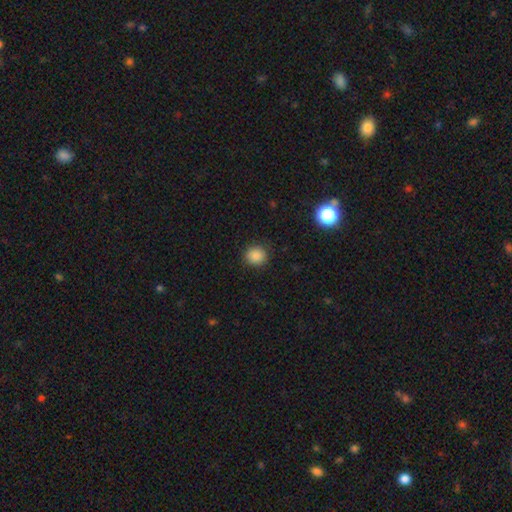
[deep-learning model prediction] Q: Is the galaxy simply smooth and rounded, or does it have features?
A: smooth — 86%.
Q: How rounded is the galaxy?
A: round — 84%.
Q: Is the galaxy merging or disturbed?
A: none — 89%.